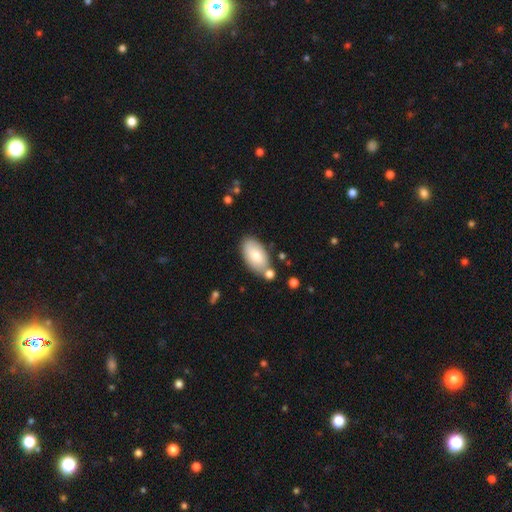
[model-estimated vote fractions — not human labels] A smooth galaxy with no disk features (77%) that is in between round and cigar-shaped (95%). Merging: none (72%).